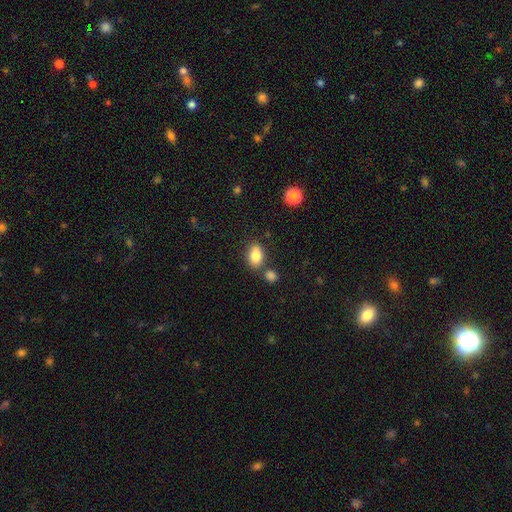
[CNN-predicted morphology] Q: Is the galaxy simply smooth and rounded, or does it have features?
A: smooth — 83%.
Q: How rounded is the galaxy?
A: in between — 84%.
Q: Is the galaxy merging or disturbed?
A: none — 69%.